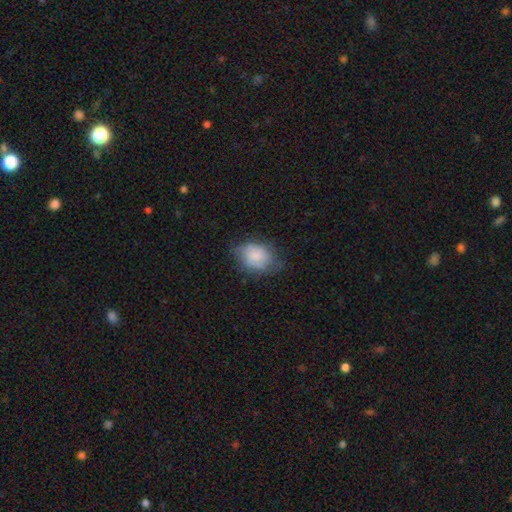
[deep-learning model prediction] Smooth or featured?
  - smooth: 75% *
  - featured or disk: 17%
  - star or artifact: 8%
How rounded?
  - in between: 60% *
  - round: 39%
  - cigar-shaped: 1%
Merging?
  - none: 52% *
  - minor disturbance: 34%
  - major disturbance: 12%
  - merger: 1%